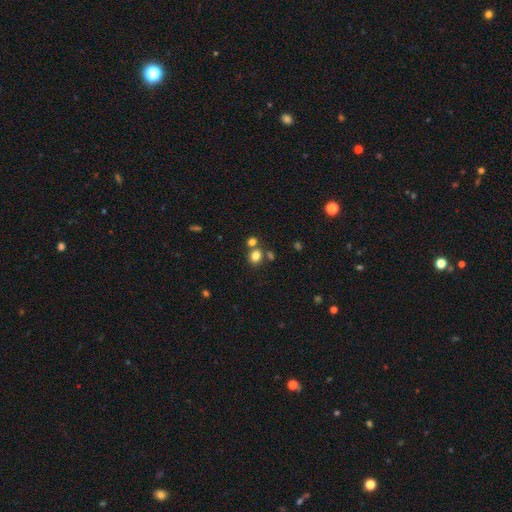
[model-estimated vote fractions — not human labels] Morphology: type=smooth (79%); roundness=round (64%); merging=none (63%).